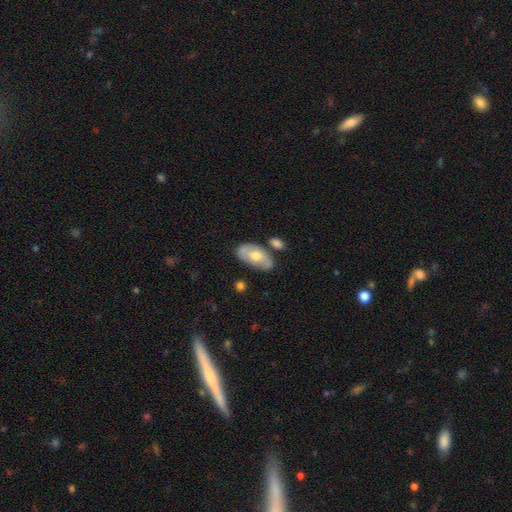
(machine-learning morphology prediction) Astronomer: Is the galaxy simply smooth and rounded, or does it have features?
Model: smooth — 53% (runner-up: featured or disk, 42%).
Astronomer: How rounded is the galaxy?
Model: in between — 93%.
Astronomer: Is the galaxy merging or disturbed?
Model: none — 65%.